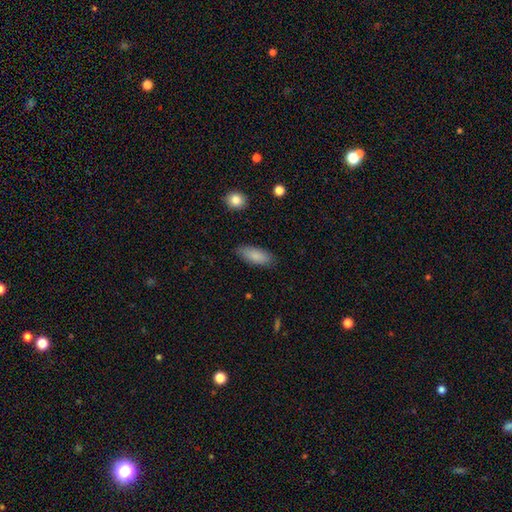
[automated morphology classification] Overall: smooth (87%). How rounded: in between (78%). Merging: none (85%).